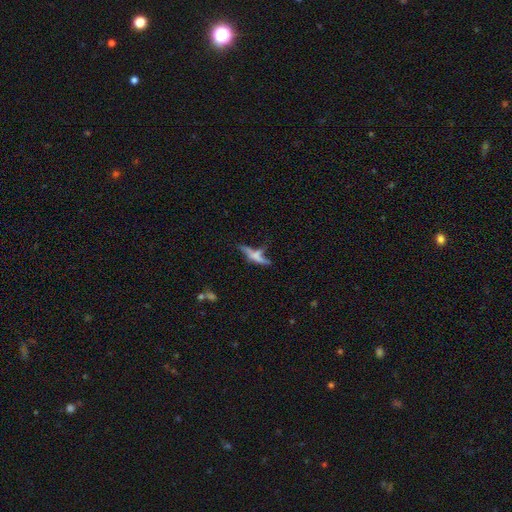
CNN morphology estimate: featured or disk 44%, smooth 43%, star or artifact 14%. Down the decision tree: merging — none (40%).